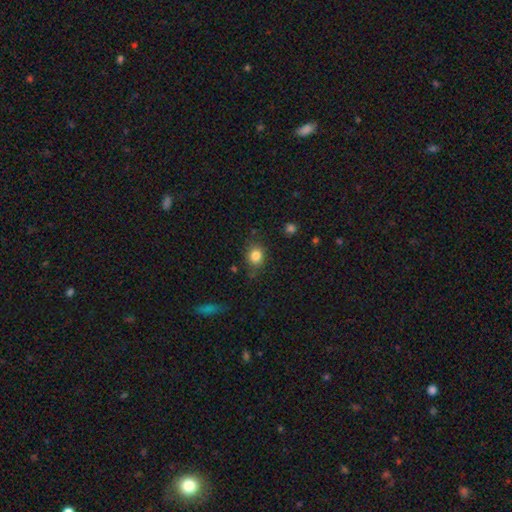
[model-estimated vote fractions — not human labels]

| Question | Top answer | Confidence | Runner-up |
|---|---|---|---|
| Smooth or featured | smooth | 84% | star or artifact (11%) |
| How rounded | round | 67% | in between (31%) |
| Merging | none | 79% | minor disturbance (14%) |